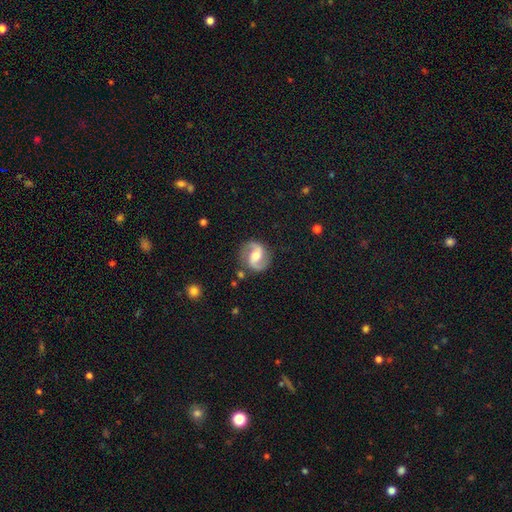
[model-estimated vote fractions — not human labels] This appears to be a featured or disk galaxy (88%) with a weak bar (43%), 2 (94%) medium (54%) spiral arms (97%) and a moderate central bulge (69%). Merging: none (84%).